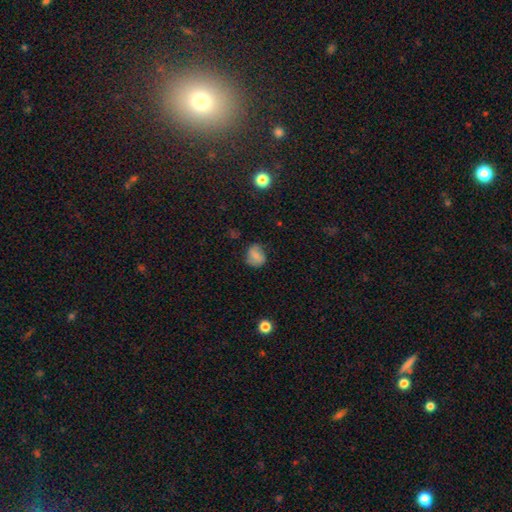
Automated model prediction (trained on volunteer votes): Overall: smooth (63%; featured or disk 27%). How rounded: round (66%; in between 33%). Merging: none (72%).